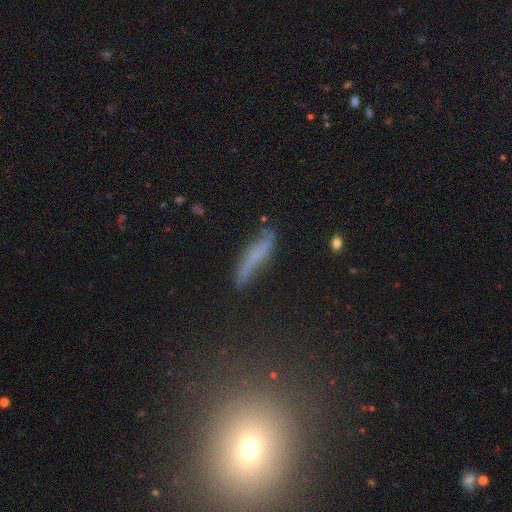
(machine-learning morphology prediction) Q: Smooth or featured?
A: smooth (53%); runner-up: featured or disk (35%)
Q: How rounded?
A: cigar-shaped (84%); runner-up: in between (14%)
Q: Merging?
A: none (61%); runner-up: minor disturbance (25%)